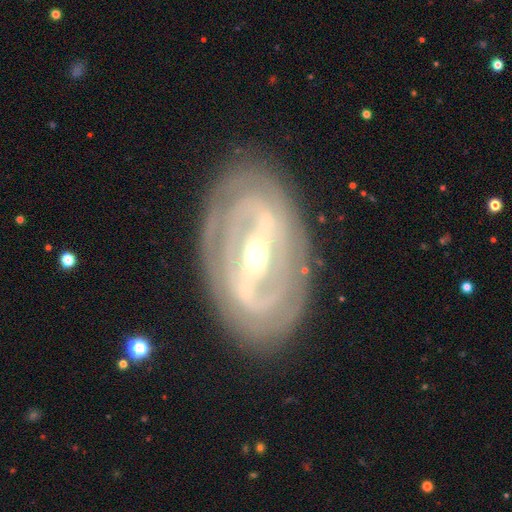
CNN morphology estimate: featured or disk 86%, smooth 9%, star or artifact 5%. Down the decision tree: edge-on disk — no (92%); bar — strong (71%); spiral arms — yes (77%); spiral arm count — 2 (45%); spiral winding — tight (69%); bulge size — moderate (60%); merging — none (80%).